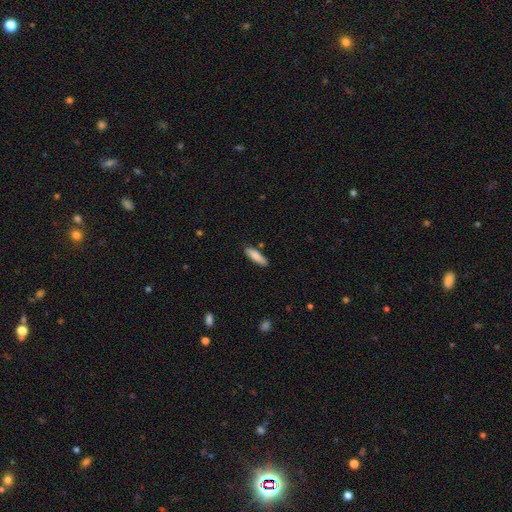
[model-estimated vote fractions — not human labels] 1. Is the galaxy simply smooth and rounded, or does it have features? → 84% smooth, 10% featured or disk, 6% star or artifact.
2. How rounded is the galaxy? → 57% cigar-shaped, 41% in between, 2% round.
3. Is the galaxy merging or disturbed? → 83% none, 12% minor disturbance, 3% merger, 2% major disturbance.